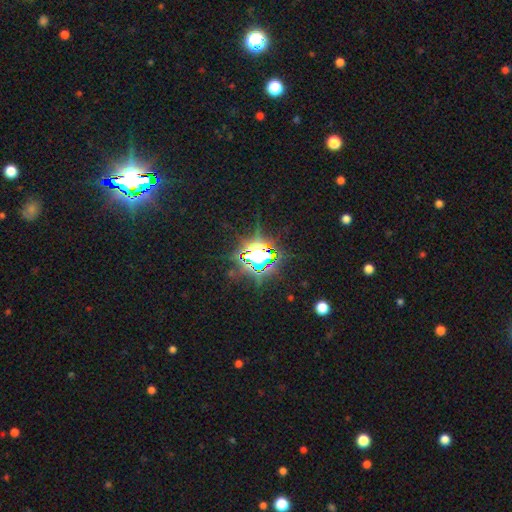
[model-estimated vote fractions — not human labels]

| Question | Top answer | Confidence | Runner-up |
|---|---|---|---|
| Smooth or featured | star or artifact | 76% | smooth (13%) |